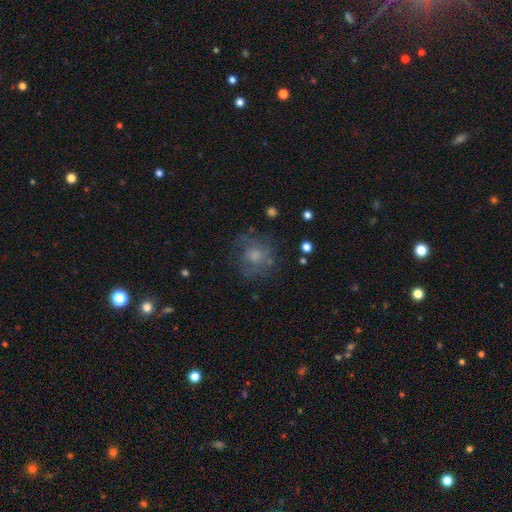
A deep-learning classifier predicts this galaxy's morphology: smooth 53%, featured or disk 34%, star or artifact 13%. Down the decision tree: how rounded — round (81%); merging — none (62%).